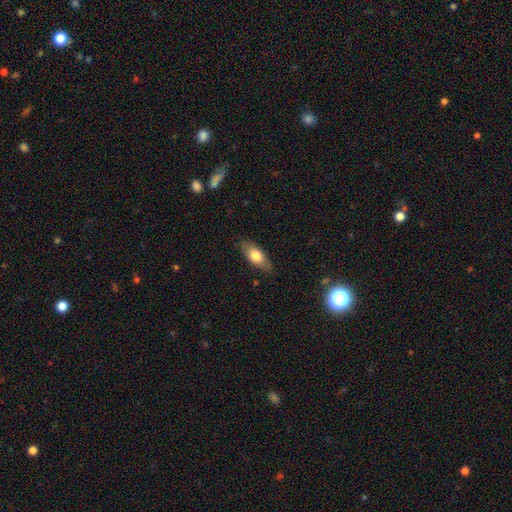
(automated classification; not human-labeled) This appears to be a smooth galaxy with no disk features (71%) that is in between round and cigar-shaped (79%). Merging: none (83%).